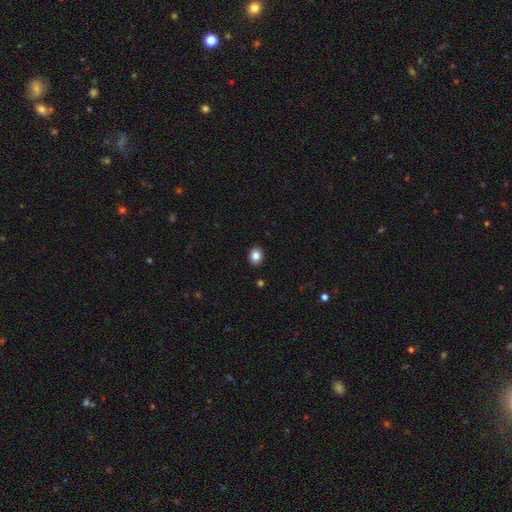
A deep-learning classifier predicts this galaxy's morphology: The model was most divided on "how rounded": round: 62%, in between: 37%, cigar-shaped: 1%. More confident: merging — none (91%); smooth or featured — smooth (86%).